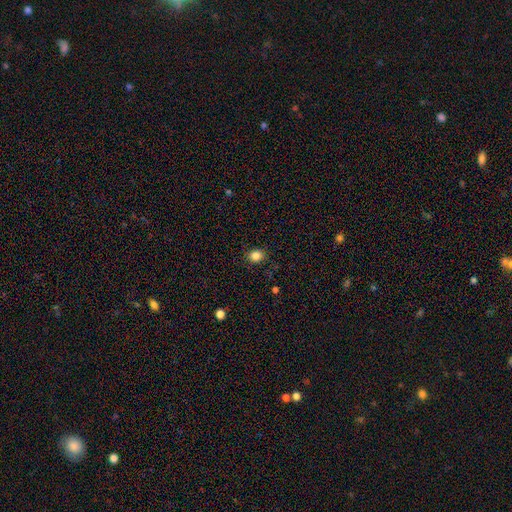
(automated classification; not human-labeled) smooth 84%, star or artifact 11%, featured or disk 4%. Down the decision tree: how rounded — round (67%); merging — none (87%).